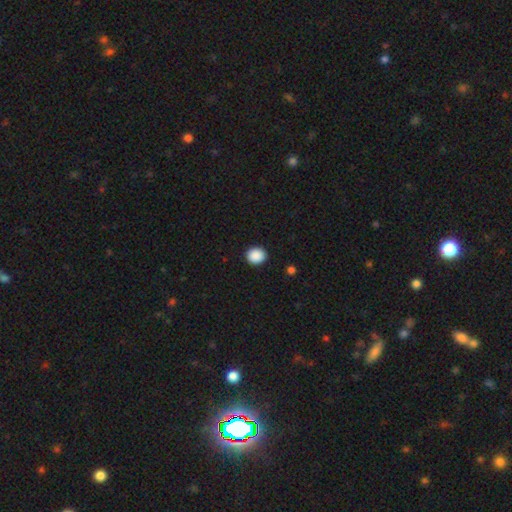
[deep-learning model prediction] smooth_or_featured: smooth (p=0.89) [alt: star or artifact p=0.08]
how_rounded: round (p=0.77) [alt: in between p=0.22]
merging: none (p=0.91) [alt: minor disturbance p=0.06]